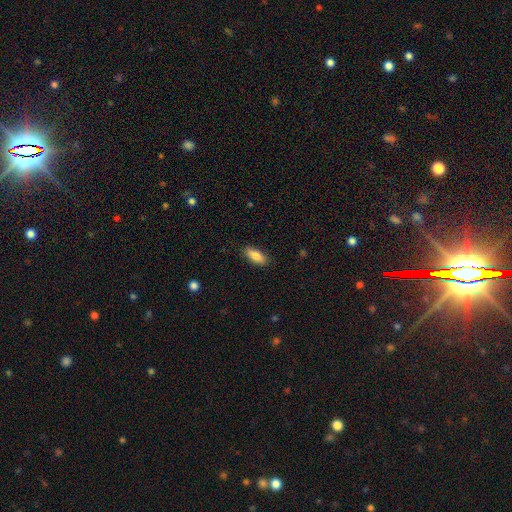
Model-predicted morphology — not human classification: smooth-or-featured: smooth: 84% | featured or disk: 9% | star or artifact: 7%
  how-rounded: in between: 73% | cigar-shaped: 25% | round: 2%
  merging: none: 87% | minor disturbance: 10% | major disturbance: 2% | merger: 1%